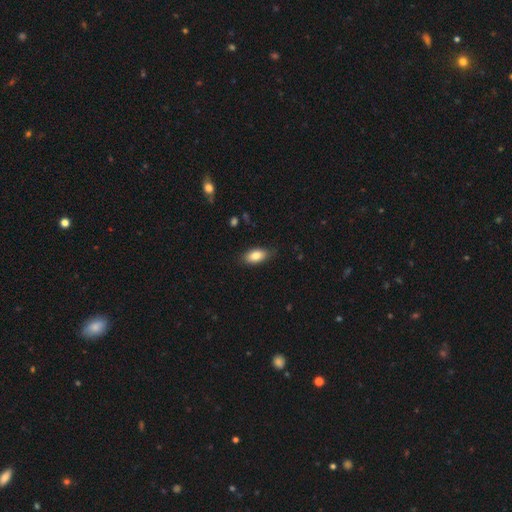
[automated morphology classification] smooth_or_featured: smooth (p=0.83) [alt: featured or disk p=0.10]
how_rounded: in between (p=0.89) [alt: cigar-shaped p=0.06]
merging: none (p=0.82) [alt: minor disturbance p=0.14]